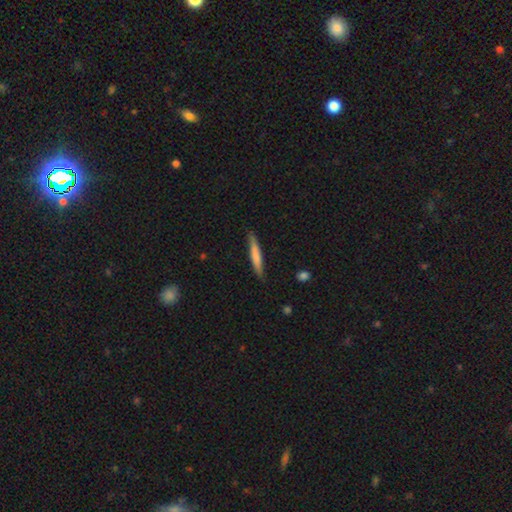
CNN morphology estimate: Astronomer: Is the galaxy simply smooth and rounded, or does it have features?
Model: smooth — 71%.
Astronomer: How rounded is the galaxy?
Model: cigar-shaped — 93%.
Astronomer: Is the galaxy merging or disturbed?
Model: none — 83%.